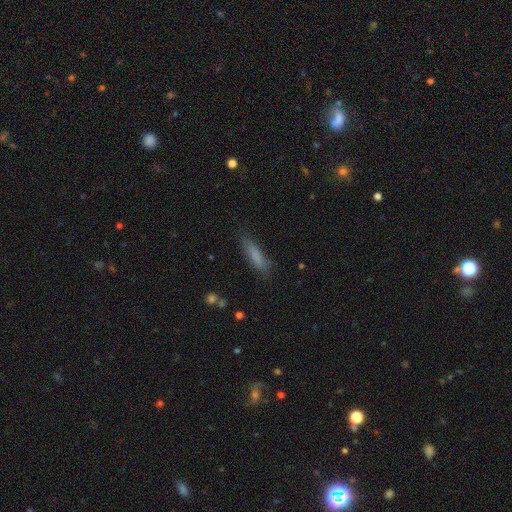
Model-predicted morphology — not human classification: smooth 77%, featured or disk 14%, star or artifact 8%. Down the decision tree: how rounded — cigar-shaped (75%); merging — none (77%).